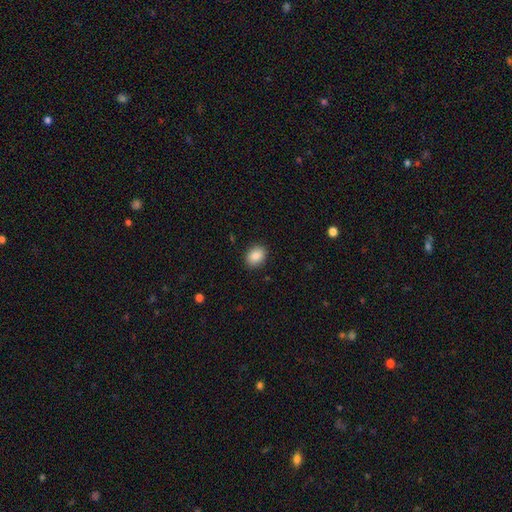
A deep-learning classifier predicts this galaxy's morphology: smooth_or_featured: smooth (p=0.88) [alt: star or artifact p=0.08]
how_rounded: in between (p=0.63) [alt: round p=0.36]
merging: none (p=0.89) [alt: minor disturbance p=0.08]